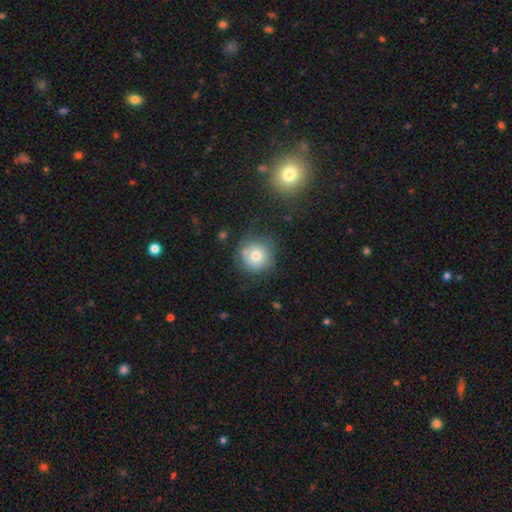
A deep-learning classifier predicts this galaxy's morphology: This appears to be a smooth galaxy with no disk features (70%) that is round (92%). Merging: none (70%).